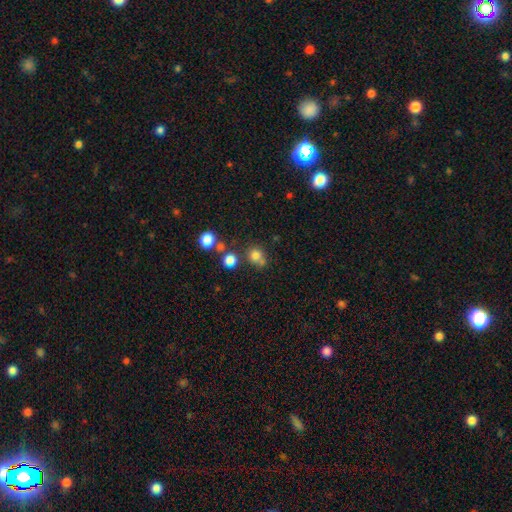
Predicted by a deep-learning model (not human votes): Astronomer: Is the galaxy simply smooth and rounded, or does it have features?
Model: smooth — 76%.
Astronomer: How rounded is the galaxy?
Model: round — 83%.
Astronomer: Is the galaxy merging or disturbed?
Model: none — 60%.